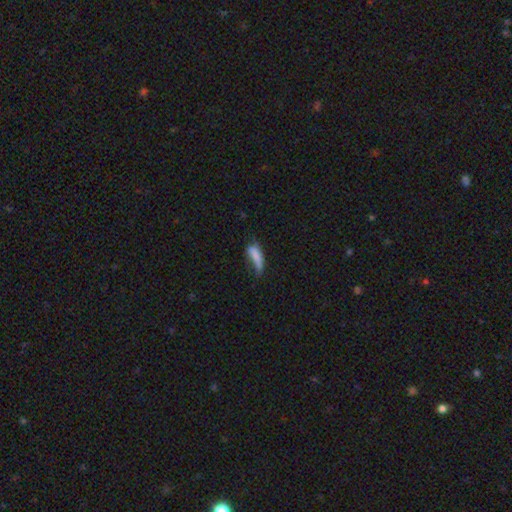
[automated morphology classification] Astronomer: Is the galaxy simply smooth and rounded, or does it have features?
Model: smooth — 74%.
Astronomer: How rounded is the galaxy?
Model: cigar-shaped — 50% (runner-up: in between, 48%).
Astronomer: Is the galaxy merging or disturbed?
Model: minor disturbance — 35% (runner-up: none, 32%).